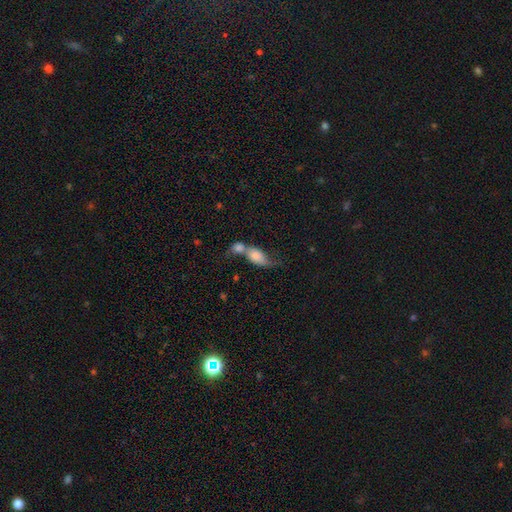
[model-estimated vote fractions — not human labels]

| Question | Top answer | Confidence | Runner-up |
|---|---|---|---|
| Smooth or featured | smooth | 65% | featured or disk (26%) |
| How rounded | in between | 79% | round (13%) |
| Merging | merger | 74% | none (11%) |